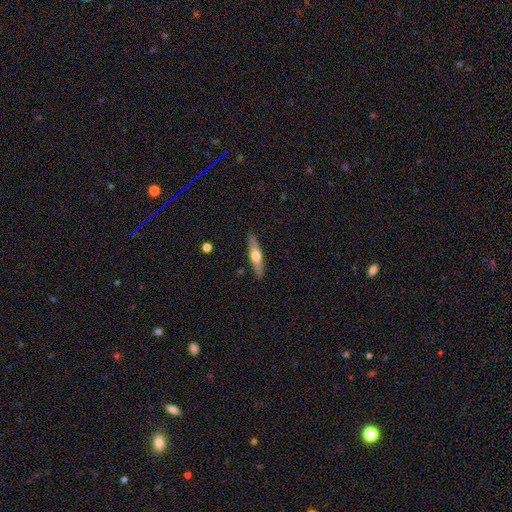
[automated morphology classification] smooth_or_featured: featured or disk (p=0.52) [alt: smooth p=0.42]
disk_edge_on: yes (p=0.93) [alt: no p=0.07]
merging: none (p=0.89) [alt: minor disturbance p=0.08]